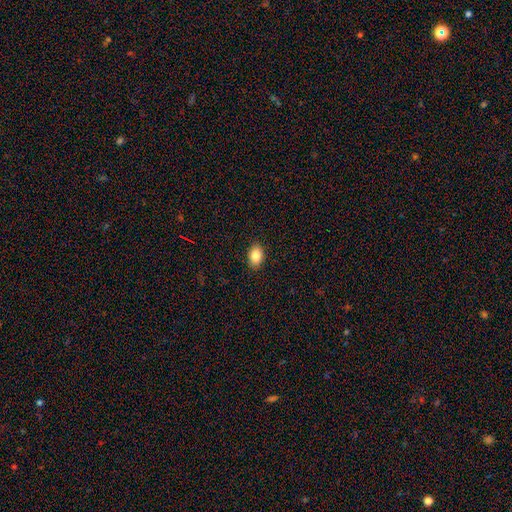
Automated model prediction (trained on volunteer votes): Q: Smooth or featured?
A: smooth (85%); runner-up: star or artifact (8%)
Q: How rounded?
A: in between (81%); runner-up: round (18%)
Q: Merging?
A: none (89%); runner-up: minor disturbance (9%)